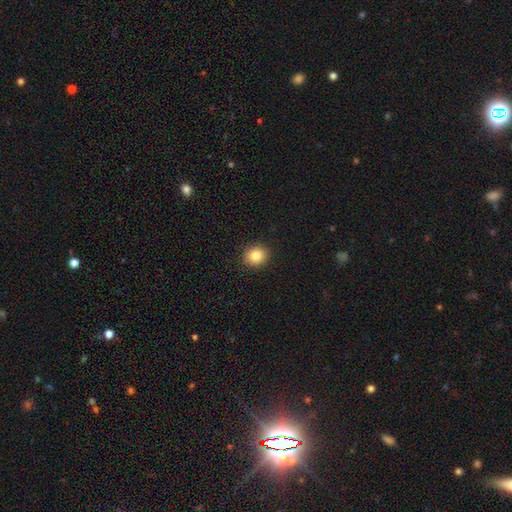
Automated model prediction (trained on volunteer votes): smooth 84%, star or artifact 10%, featured or disk 6%. Down the decision tree: how rounded — round (78%); merging — none (91%).